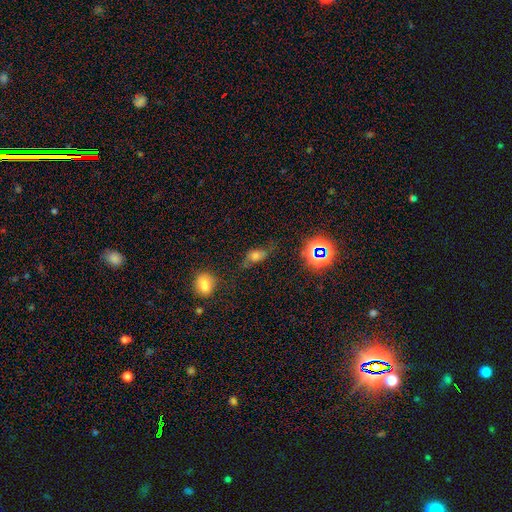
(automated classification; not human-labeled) smooth-or-featured: smooth: 53% | featured or disk: 25% | star or artifact: 23%
  how-rounded: in between: 73% | round: 17% | cigar-shaped: 10%
  merging: none: 55% | minor disturbance: 25% | major disturbance: 15% | merger: 5%